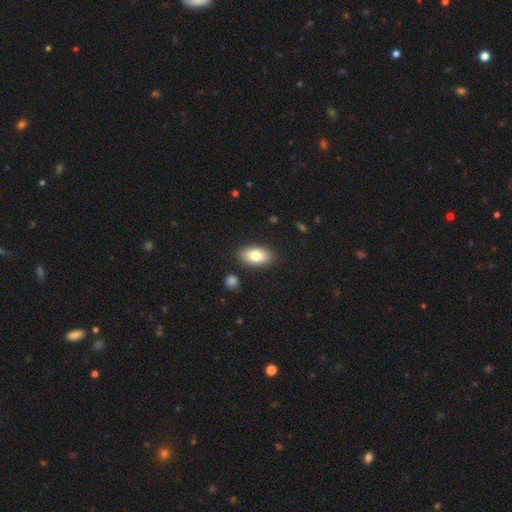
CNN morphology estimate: smooth 81%, featured or disk 12%, star or artifact 7%. Down the decision tree: how rounded — in between (92%); merging — none (87%).